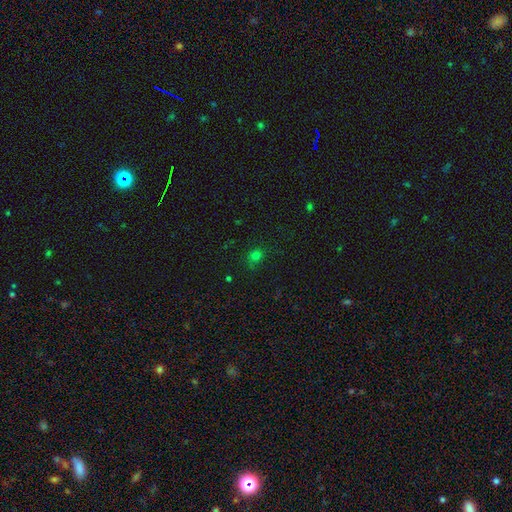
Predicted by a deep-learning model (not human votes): Smooth or featured: smooth — 72% (star or artifact — 22%)
How rounded: round — 81% (in between — 18%)
Merging: none — 78% (minor disturbance — 15%)